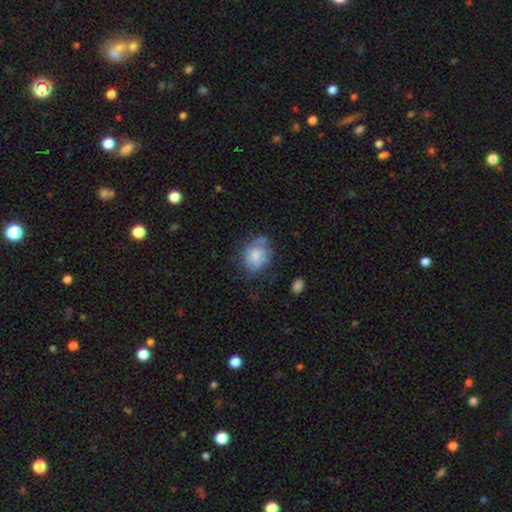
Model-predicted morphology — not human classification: Smooth or featured? smooth (58%)
How rounded? in between (50%)
Merging? none (47%)